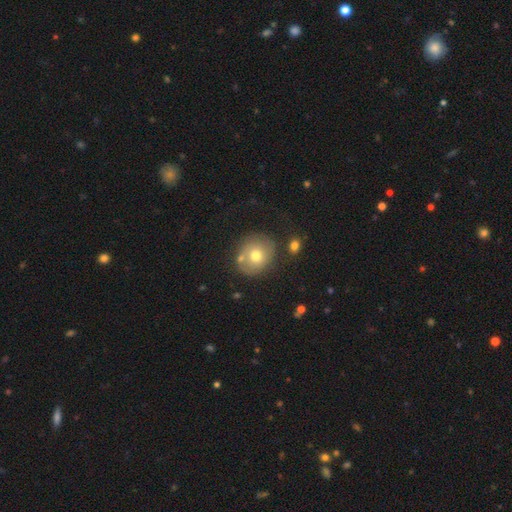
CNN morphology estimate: Q: Smooth or featured?
A: smooth (67%); runner-up: featured or disk (23%)
Q: How rounded?
A: round (80%); runner-up: in between (19%)
Q: Merging?
A: none (70%); runner-up: minor disturbance (14%)